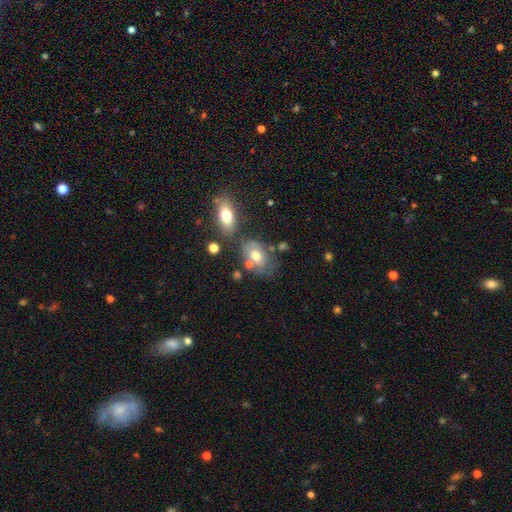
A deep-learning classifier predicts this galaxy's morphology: Smooth or featured: smooth — 59% (featured or disk — 32%)
How rounded: in between — 85% (round — 13%)
Merging: none — 51% (minor disturbance — 23%)